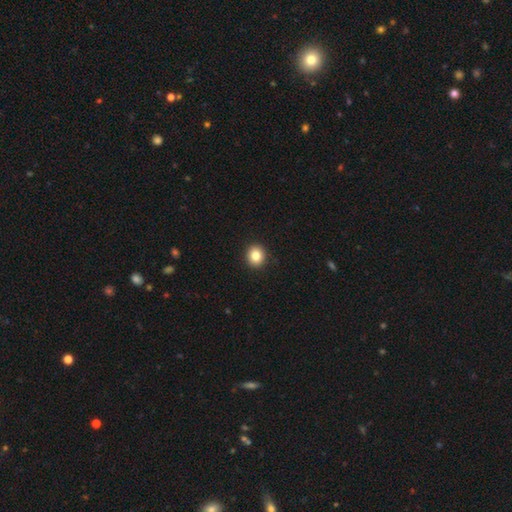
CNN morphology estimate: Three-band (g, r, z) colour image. It shows a smooth galaxy with no disk features (84%) that is round (83%). Merging: none (92%).